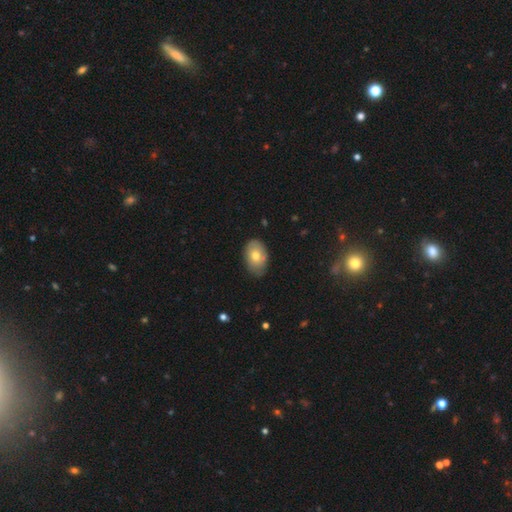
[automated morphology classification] smooth_or_featured: smooth (p=0.71) [alt: featured or disk p=0.22]
how_rounded: in between (p=0.86) [alt: round p=0.12]
merging: none (p=0.73) [alt: minor disturbance p=0.22]